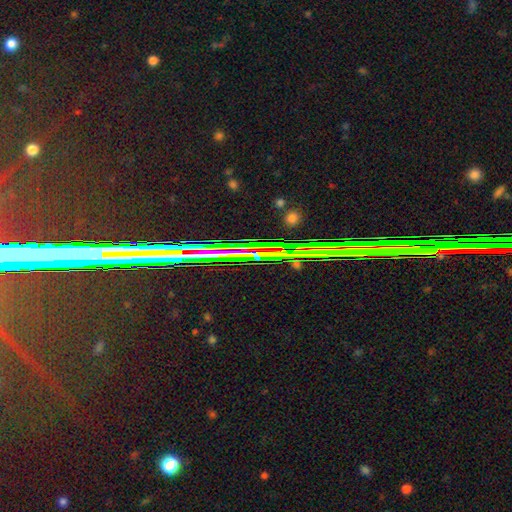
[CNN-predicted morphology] smooth_or_featured: star or artifact (p=0.81) [alt: featured or disk p=0.11]